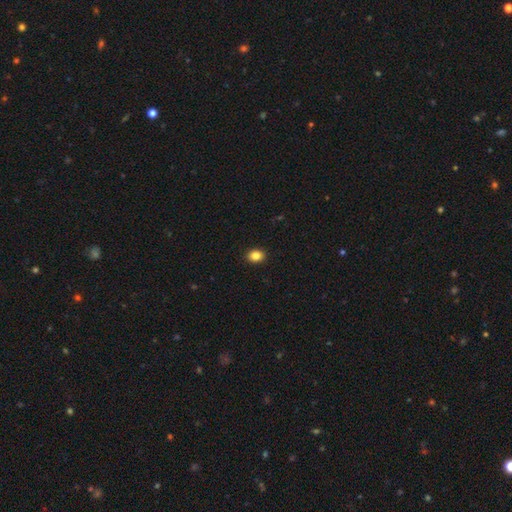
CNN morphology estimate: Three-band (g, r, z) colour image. It shows a smooth galaxy with no disk features (86%) that is in between round and cigar-shaped (56%). Merging: none (91%).